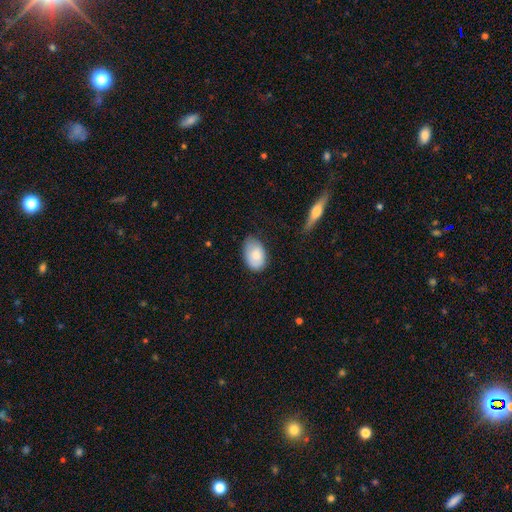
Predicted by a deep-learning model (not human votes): Overall: smooth (80%). How rounded: in between (88%). Merging: none (64%; minor disturbance 28%).